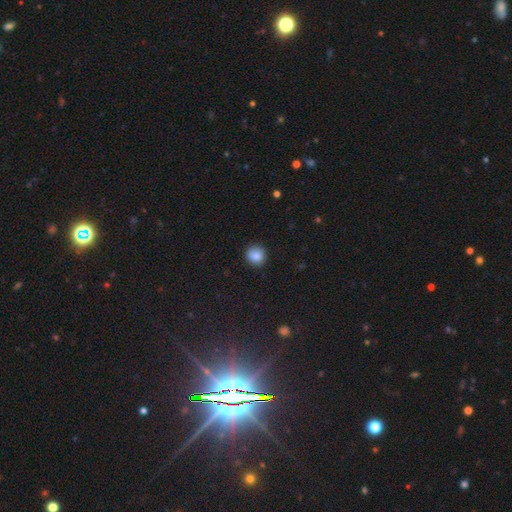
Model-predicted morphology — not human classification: Q: Smooth or featured?
A: smooth (86%); runner-up: star or artifact (9%)
Q: How rounded?
A: round (88%); runner-up: in between (11%)
Q: Merging?
A: none (89%); runner-up: minor disturbance (8%)